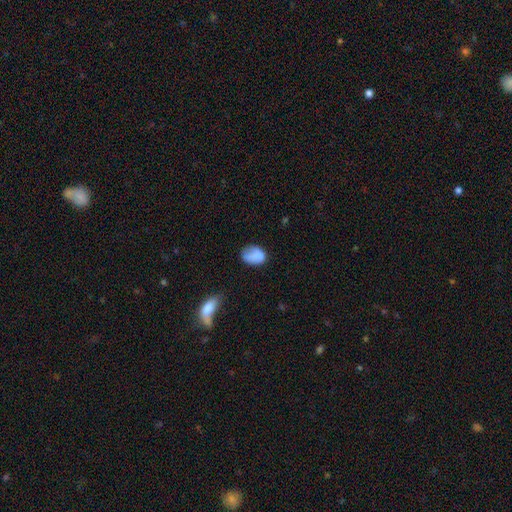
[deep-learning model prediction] smooth_or_featured: smooth (p=0.81) [alt: featured or disk p=0.11]
how_rounded: in between (p=0.74) [alt: round p=0.25]
merging: none (p=0.51) [alt: minor disturbance p=0.31]